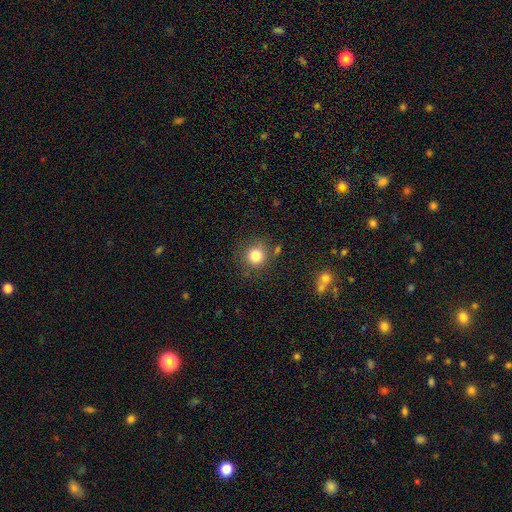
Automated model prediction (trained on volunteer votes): A smooth galaxy with no disk features (80%) that is round (91%). Merging: none (81%).